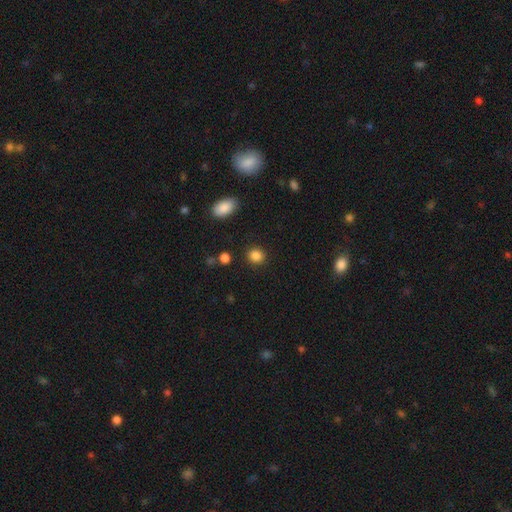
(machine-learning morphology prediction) smooth 86%, star or artifact 10%, featured or disk 3%. Down the decision tree: how rounded — round (78%); merging — none (89%).